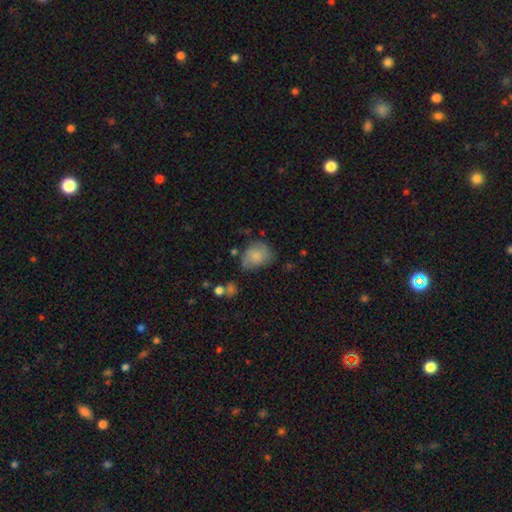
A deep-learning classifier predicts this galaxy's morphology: Overall: smooth (70%). How rounded: in between (56%; round 43%). Merging: none (42%; minor disturbance 35%).